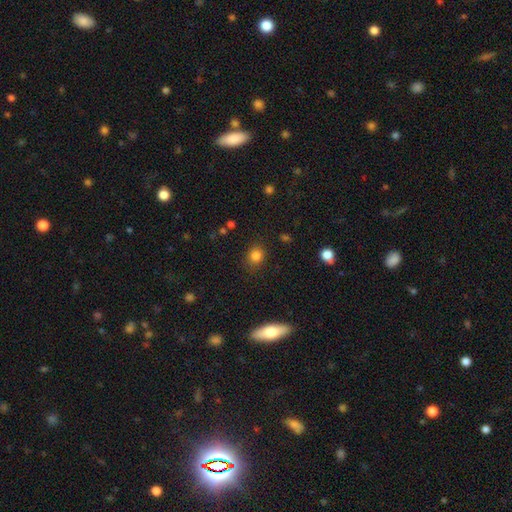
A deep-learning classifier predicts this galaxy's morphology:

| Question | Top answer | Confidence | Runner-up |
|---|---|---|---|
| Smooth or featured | smooth | 82% | star or artifact (12%) |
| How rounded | round | 78% | in between (21%) |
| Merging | none | 84% | minor disturbance (11%) |